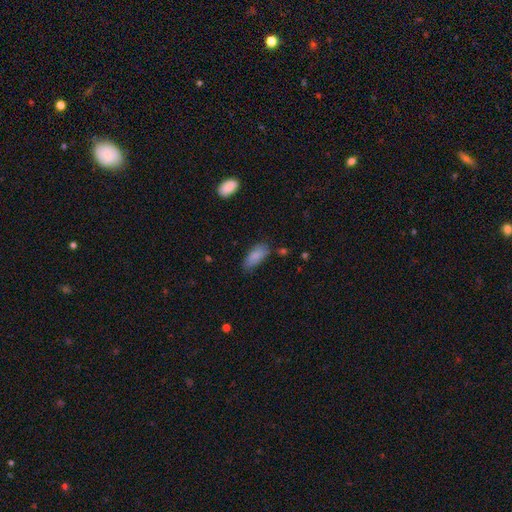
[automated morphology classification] Overall: smooth (86%). How rounded: in between (84%). Merging: none (71%).